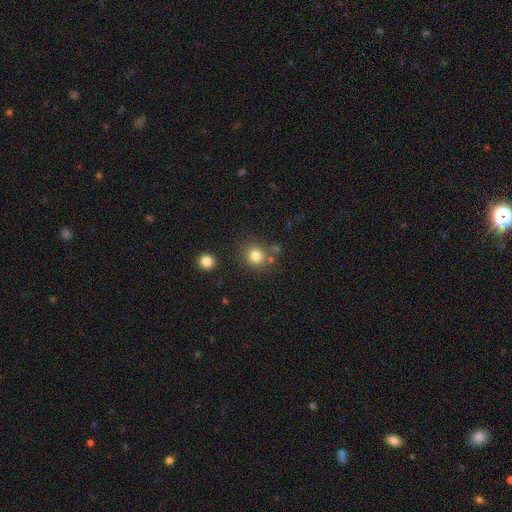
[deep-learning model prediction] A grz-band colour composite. It shows a smooth galaxy with no disk features (81%) that is round (83%). Merging: none (76%).